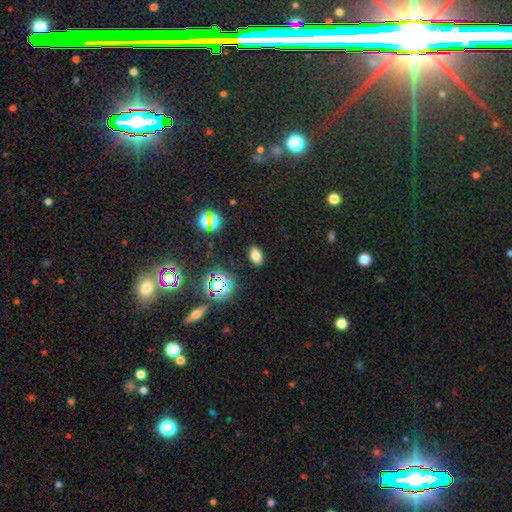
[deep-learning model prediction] Smooth or featured? Predicted: smooth (p=0.72). How rounded? Predicted: in between (p=0.87). Merging? Predicted: none (p=0.88).